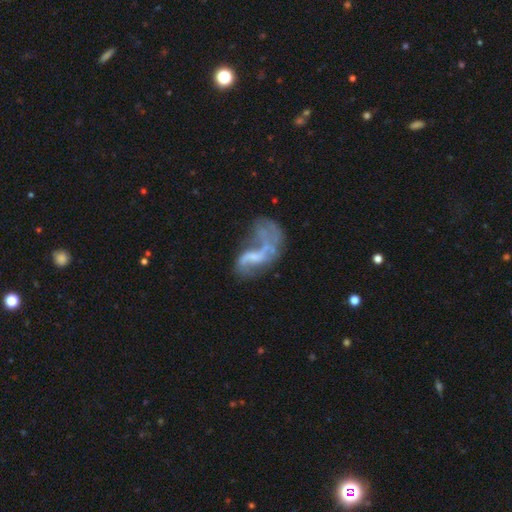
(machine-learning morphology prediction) Smooth or featured? Predicted: featured or disk (p=0.70). Edge-on disk? Predicted: no (p=0.97). Bar? Predicted: no (p=0.52). Spiral arms? Predicted: yes (p=0.58). Bulge size? Predicted: none (p=0.51). Merging? Predicted: major disturbance (p=0.41).